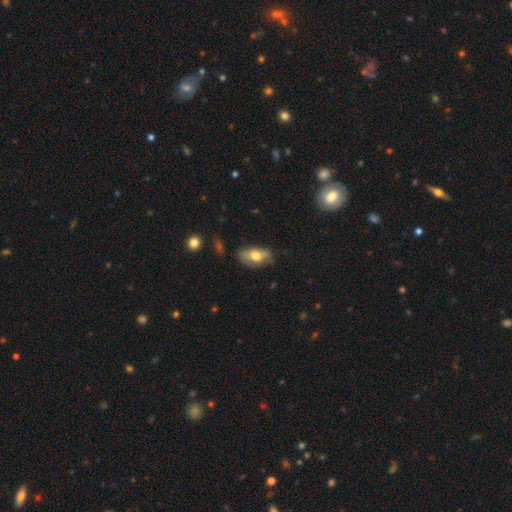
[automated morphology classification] Smooth or featured: smooth — 62% (featured or disk — 31%)
How rounded: in between — 89% (cigar-shaped — 6%)
Merging: none — 69% (minor disturbance — 23%)